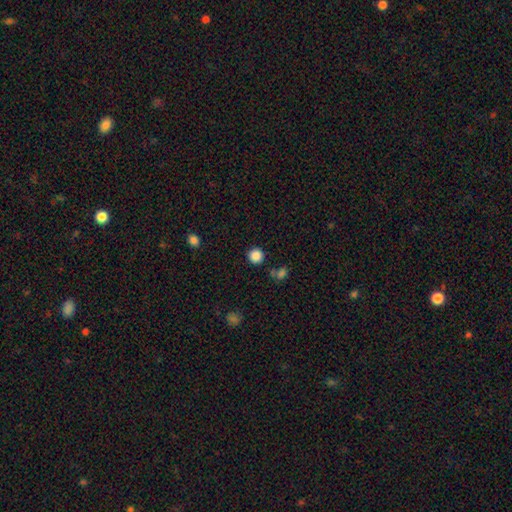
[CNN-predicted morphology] Smooth or featured: smooth — 86% (star or artifact — 11%)
How rounded: round — 94% (in between — 5%)
Merging: none — 87% (minor disturbance — 7%)